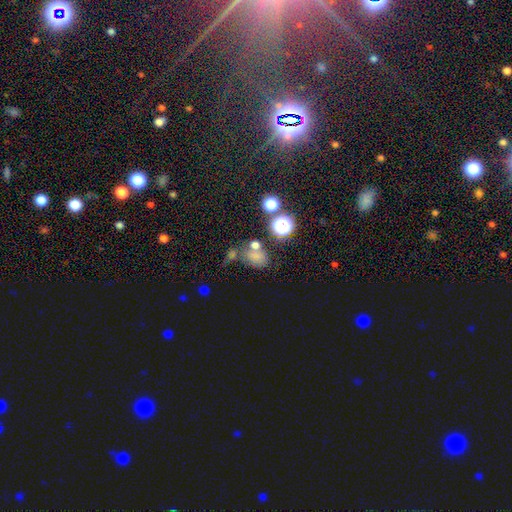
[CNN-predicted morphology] A smooth galaxy with no disk features (62%) that is in between round and cigar-shaped (60%). Merging: none (46%).